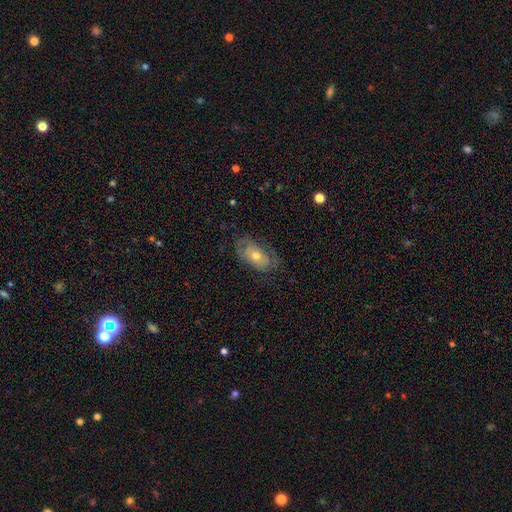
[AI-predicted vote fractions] smooth_or_featured: featured or disk (p=0.48) [alt: smooth p=0.44]
merging: none (p=0.63) [alt: minor disturbance p=0.23]